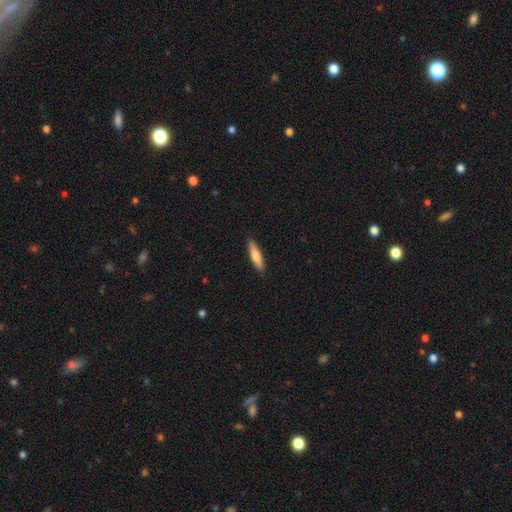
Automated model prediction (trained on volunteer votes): smooth-or-featured: smooth: 66% | featured or disk: 28% | star or artifact: 5%
  how-rounded: cigar-shaped: 78% | in between: 20% | round: 2%
  merging: none: 90% | minor disturbance: 7% | major disturbance: 2% | merger: 1%